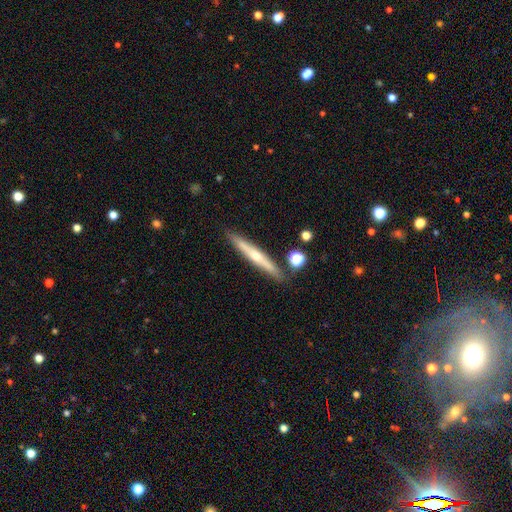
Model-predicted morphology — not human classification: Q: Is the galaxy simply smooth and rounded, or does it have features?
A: featured or disk — 60%.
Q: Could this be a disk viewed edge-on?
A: yes — 95%.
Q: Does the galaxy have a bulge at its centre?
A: rounded — 78%.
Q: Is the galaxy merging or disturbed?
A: none — 86%.